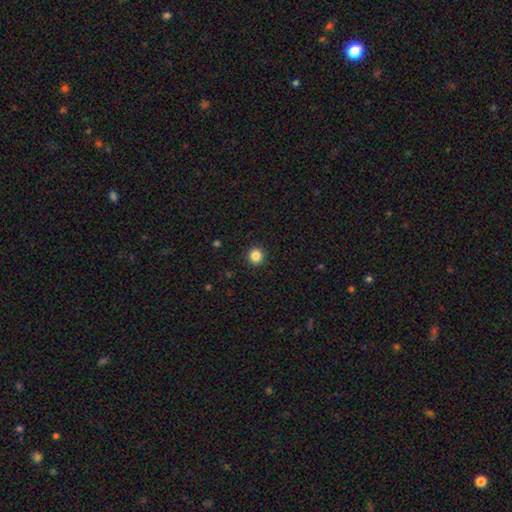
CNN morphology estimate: This appears to be a smooth galaxy with no disk features (85%) that is round (93%). Merging: none (93%).